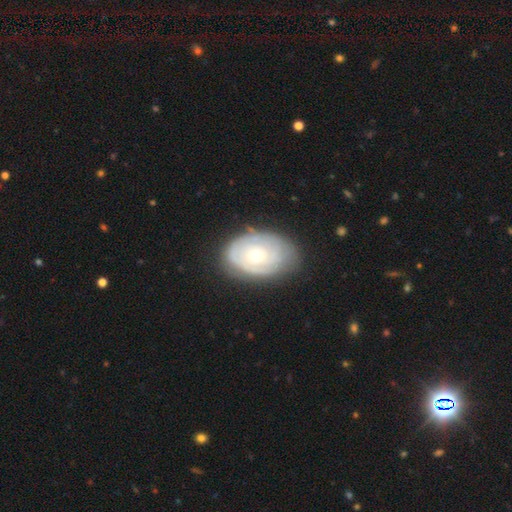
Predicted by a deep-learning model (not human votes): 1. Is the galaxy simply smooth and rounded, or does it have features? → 66% featured or disk, 28% smooth, 6% star or artifact.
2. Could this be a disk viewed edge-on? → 95% no, 5% yes.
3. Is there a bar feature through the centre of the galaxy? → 81% no, 16% weak, 3% strong.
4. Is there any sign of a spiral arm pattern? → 73% yes, 27% no.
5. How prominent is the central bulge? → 49% moderate, 47% small, 2% large, 1% none, 1% dominant.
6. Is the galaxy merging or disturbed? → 70% none, 22% minor disturbance, 6% major disturbance, 2% merger.